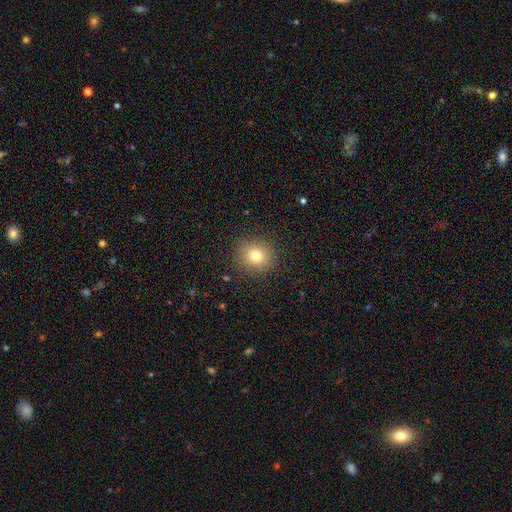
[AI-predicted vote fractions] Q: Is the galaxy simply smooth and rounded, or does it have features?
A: smooth — 78%.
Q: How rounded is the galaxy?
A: round — 86%.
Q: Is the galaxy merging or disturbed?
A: none — 90%.